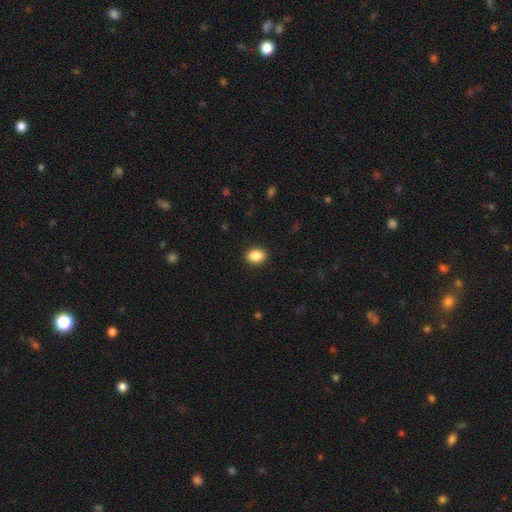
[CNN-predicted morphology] type=smooth (87%); roundness=in between (71%); merging=none (91%).